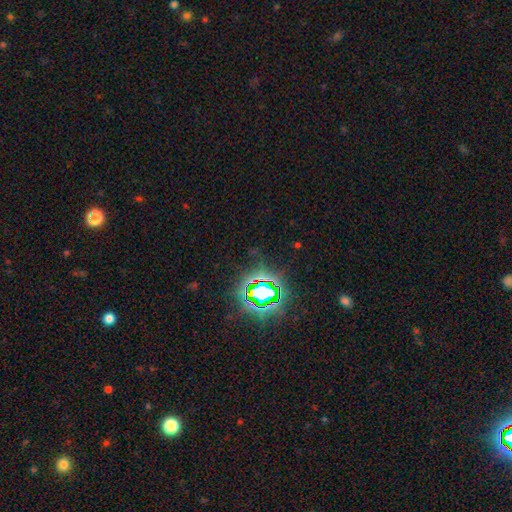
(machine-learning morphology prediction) Smooth or featured: star or artifact — 82% (smooth — 11%)